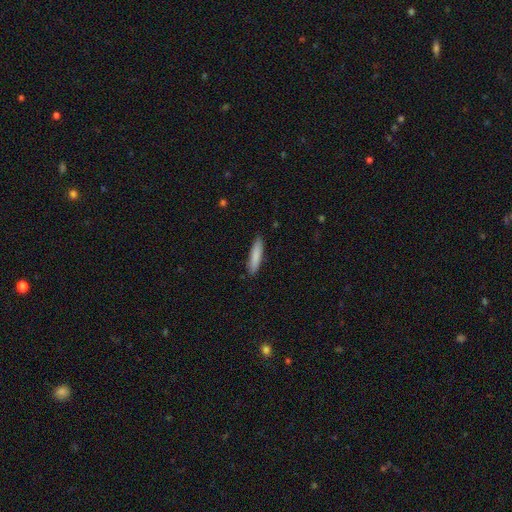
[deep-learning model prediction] Smooth or featured? smooth (85%)
How rounded? cigar-shaped (82%)
Merging? none (89%)